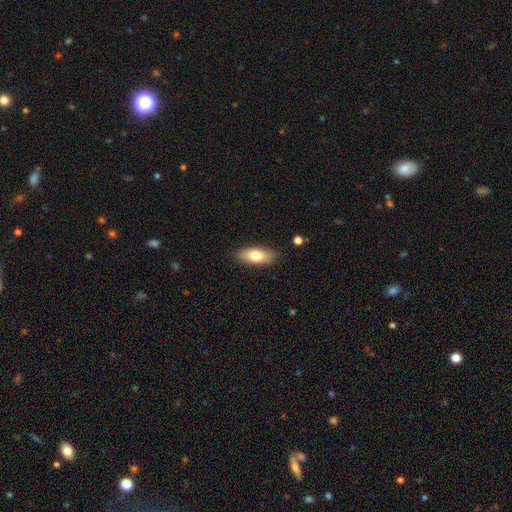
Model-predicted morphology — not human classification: This is likely a smooth galaxy (77%). How rounded: likely in between (80%). Merging: clearly none (87%).